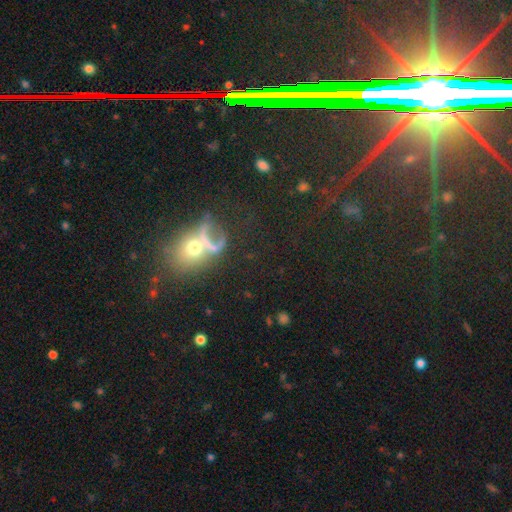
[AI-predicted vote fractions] smooth_or_featured: star or artifact (p=0.45) [alt: smooth p=0.30]